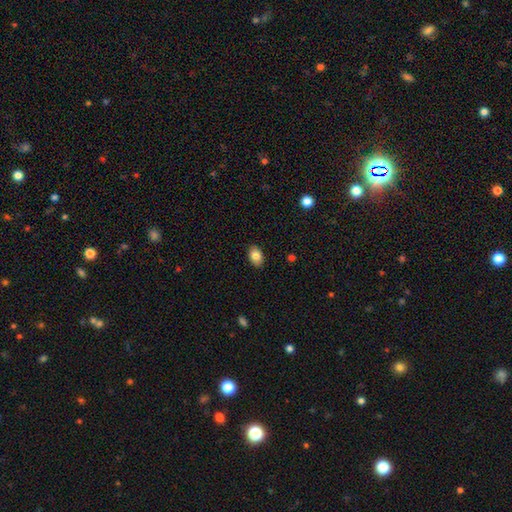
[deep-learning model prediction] Smooth or featured: smooth — 84% (featured or disk — 8%)
How rounded: in between — 85% (round — 14%)
Merging: none — 88% (minor disturbance — 9%)